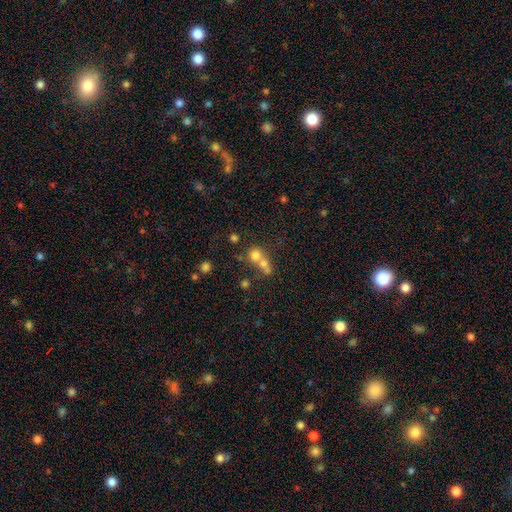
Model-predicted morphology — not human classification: Smooth or featured? smooth (69%)
How rounded? round (82%)
Merging? merger (57%)